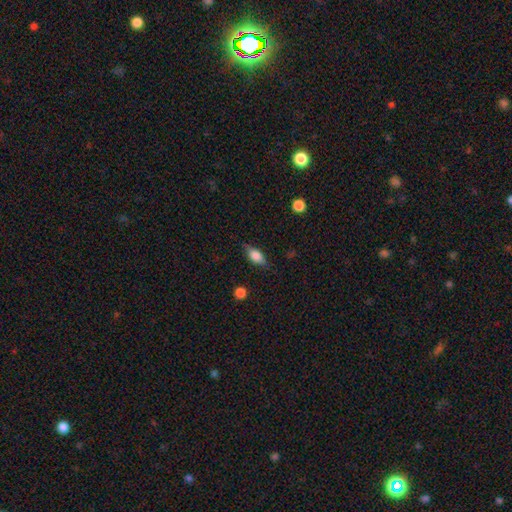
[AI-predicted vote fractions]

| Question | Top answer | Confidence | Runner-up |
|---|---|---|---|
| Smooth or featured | smooth | 68% | featured or disk (24%) |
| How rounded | in between | 79% | cigar-shaped (15%) |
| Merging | none | 79% | minor disturbance (16%) |